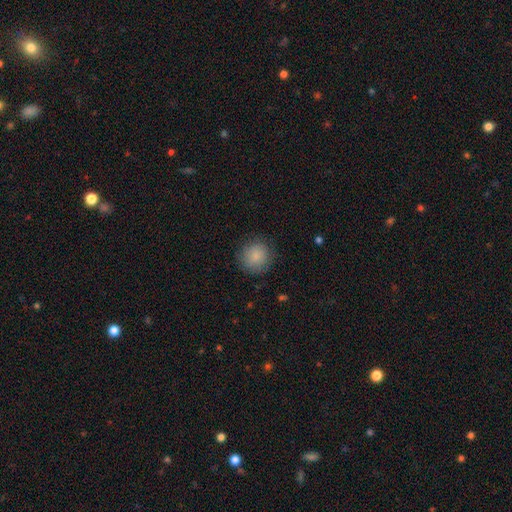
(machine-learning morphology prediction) A smooth galaxy with no disk features (86%) that is round (92%).

Vote fractions:
- Smooth or featured? smooth: 86% / star or artifact: 8% / featured or disk: 6%
- How rounded? round: 92% / in between: 7% / cigar-shaped: 1%
- Merging? none: 85% / minor disturbance: 11% / major disturbance: 3% / merger: 1%